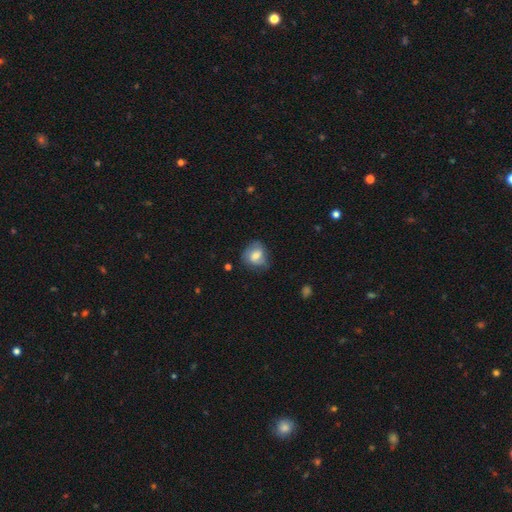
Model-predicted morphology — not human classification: This is likely a smooth galaxy (65%). How rounded: possibly round (57%). Merging: possibly none (52%).